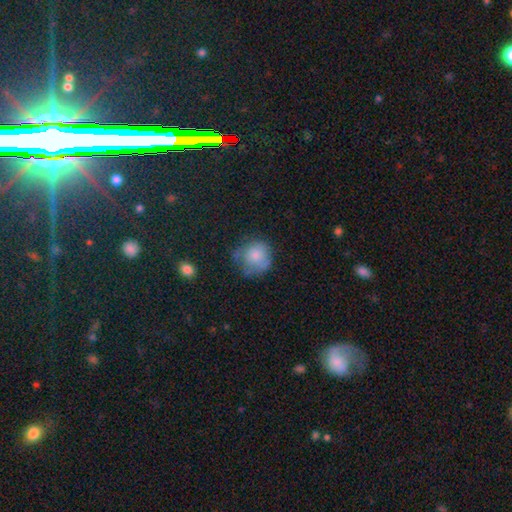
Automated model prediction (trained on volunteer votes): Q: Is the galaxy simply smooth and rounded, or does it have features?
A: smooth — 74%.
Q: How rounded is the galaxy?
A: round — 82%.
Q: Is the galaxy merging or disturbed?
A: none — 45%.